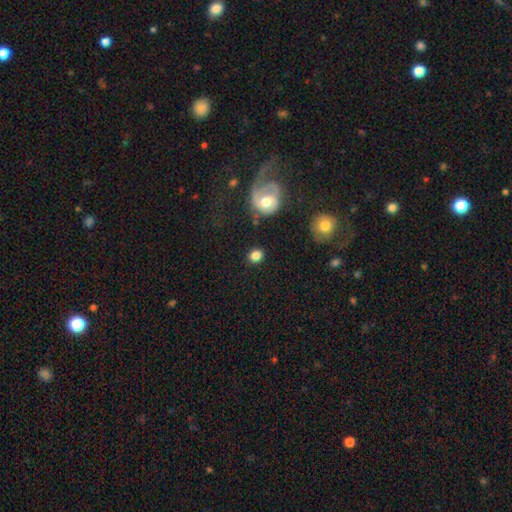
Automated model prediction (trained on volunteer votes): smooth_or_featured: smooth (p=0.83) [alt: star or artifact p=0.10]
how_rounded: round (p=0.74) [alt: in between p=0.25]
merging: none (p=0.81) [alt: minor disturbance p=0.11]